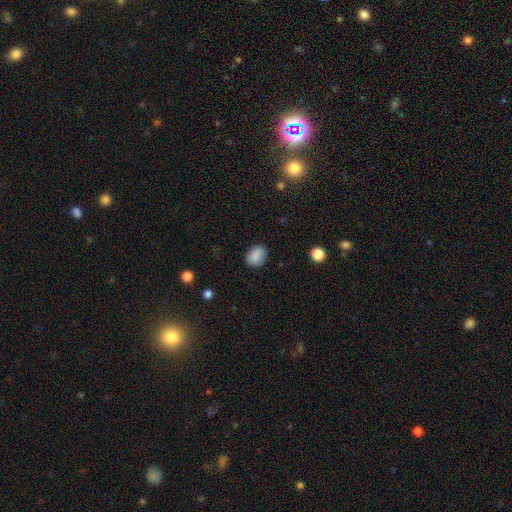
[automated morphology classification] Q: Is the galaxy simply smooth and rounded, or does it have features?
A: smooth — 87%.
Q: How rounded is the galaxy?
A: in between — 67%.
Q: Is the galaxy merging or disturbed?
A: none — 84%.